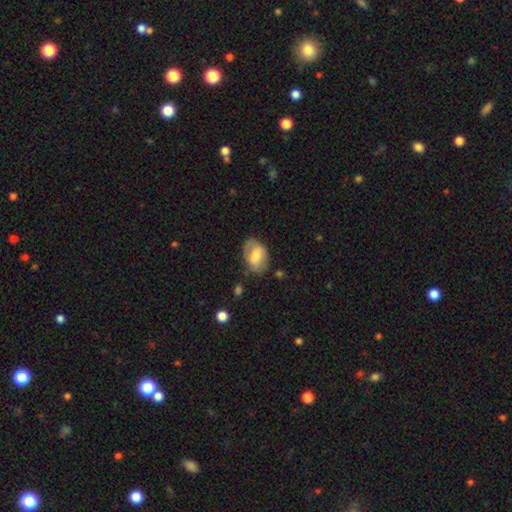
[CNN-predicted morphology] This appears to be a smooth galaxy with no disk features (61%) that is in between round and cigar-shaped (83%). Merging: none (61%).